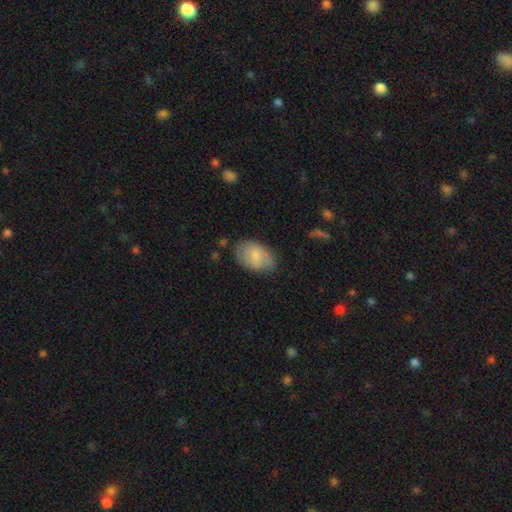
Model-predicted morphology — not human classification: smooth_or_featured: smooth (p=0.77) [alt: featured or disk p=0.17]
how_rounded: in between (p=0.90) [alt: round p=0.09]
merging: none (p=0.72) [alt: minor disturbance p=0.20]